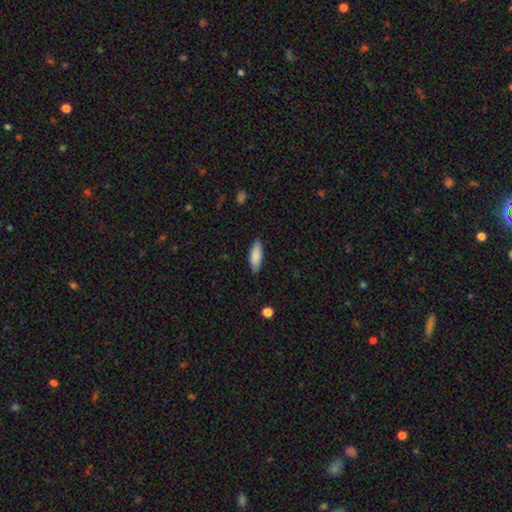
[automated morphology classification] Smooth or featured: smooth — 86% (featured or disk — 8%)
How rounded: in between — 64% (cigar-shaped — 34%)
Merging: none — 82% (minor disturbance — 14%)